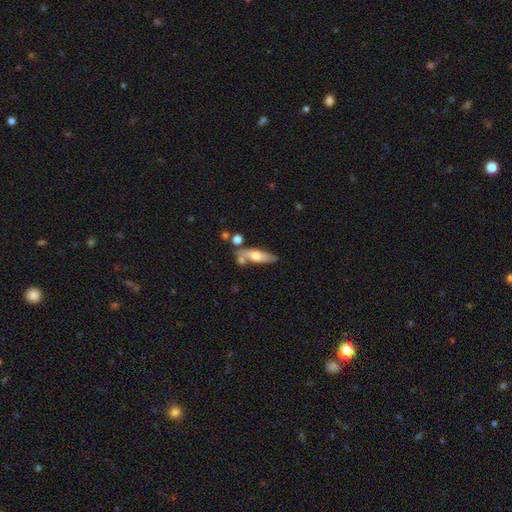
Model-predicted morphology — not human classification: Smooth or featured? smooth (57%)
How rounded? cigar-shaped (57%)
Merging? none (60%)